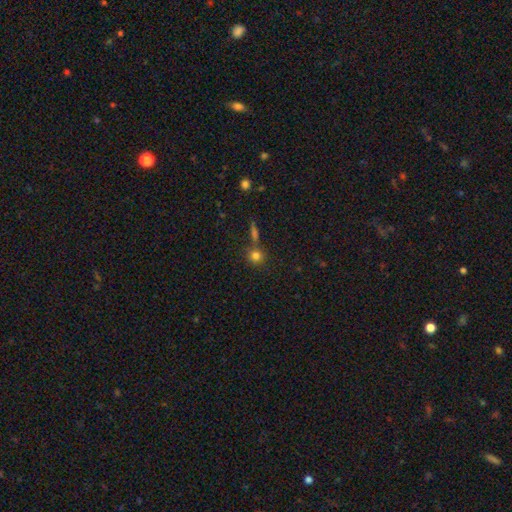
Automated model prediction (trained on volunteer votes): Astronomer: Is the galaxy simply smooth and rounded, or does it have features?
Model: smooth — 79%.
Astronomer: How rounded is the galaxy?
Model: round — 87%.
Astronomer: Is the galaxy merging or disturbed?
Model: none — 68%.